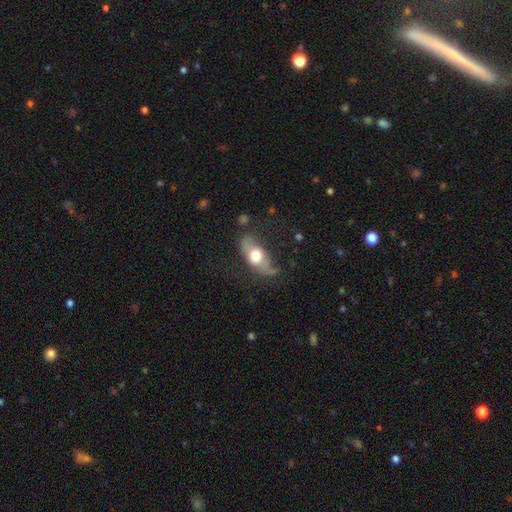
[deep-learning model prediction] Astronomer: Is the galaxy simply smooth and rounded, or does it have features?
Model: smooth — 51% (runner-up: featured or disk, 43%).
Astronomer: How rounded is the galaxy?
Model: in between — 79%.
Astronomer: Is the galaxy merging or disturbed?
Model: none — 54%.